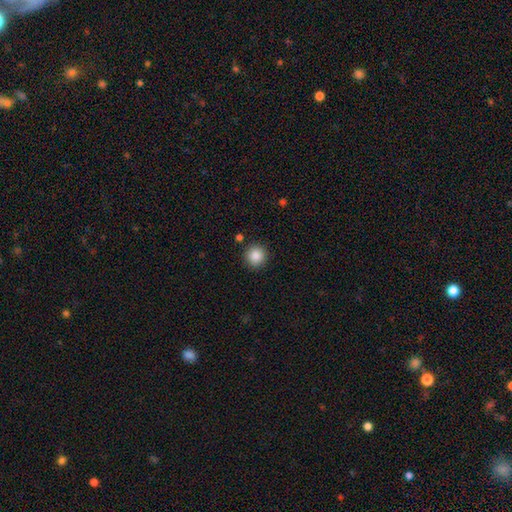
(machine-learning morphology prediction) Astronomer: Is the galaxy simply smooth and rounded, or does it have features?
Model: smooth — 87%.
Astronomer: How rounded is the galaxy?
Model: round — 94%.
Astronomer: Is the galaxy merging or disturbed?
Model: none — 91%.